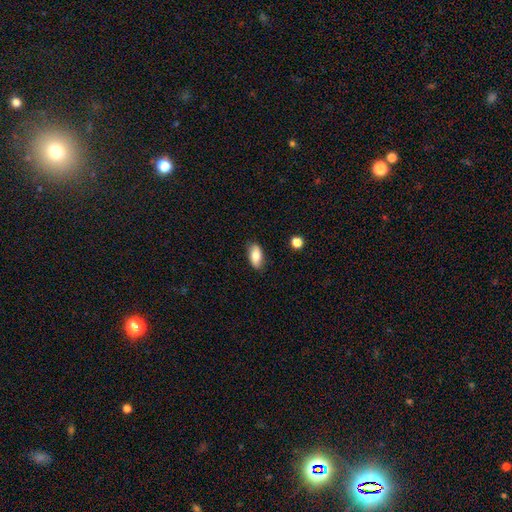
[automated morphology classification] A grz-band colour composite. It shows a smooth galaxy with no disk features (80%) that is in between round and cigar-shaped (90%). Merging: none (84%).